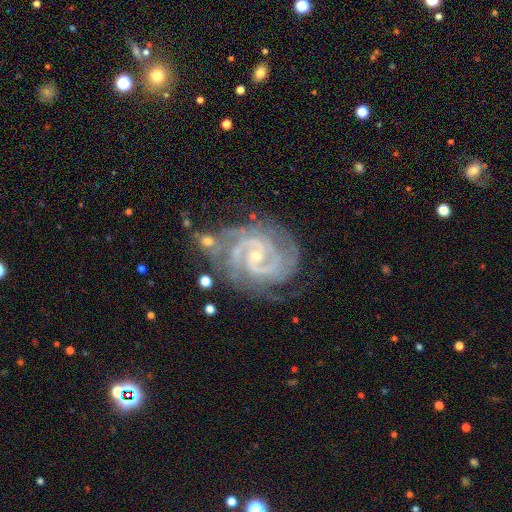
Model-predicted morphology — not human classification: type=featured or disk (93%); edge-on=no (98%); bar=no (51%); spiral arms=yes (99%); winding=tight (68%); arm count=2 (55%); bulge=small (76%); merging=none (62%).